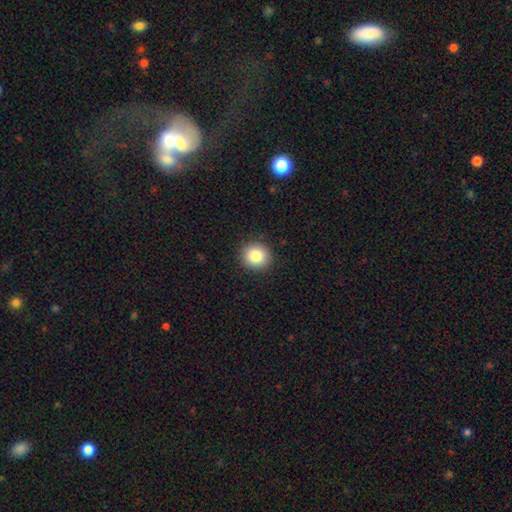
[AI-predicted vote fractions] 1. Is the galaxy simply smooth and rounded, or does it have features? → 85% smooth, 9% star or artifact, 6% featured or disk.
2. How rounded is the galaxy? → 88% round, 11% in between, 1% cigar-shaped.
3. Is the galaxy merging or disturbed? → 91% none, 6% minor disturbance, 2% major disturbance, 1% merger.